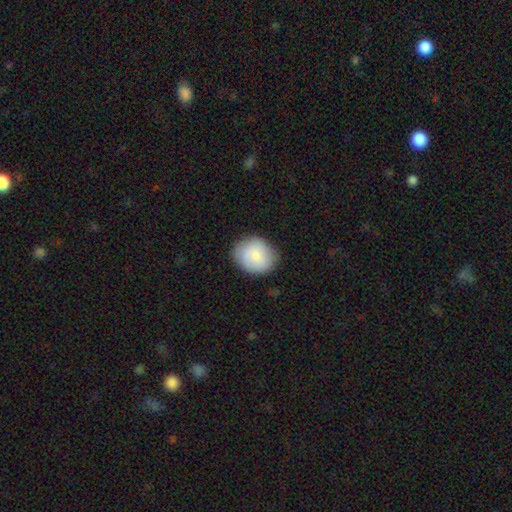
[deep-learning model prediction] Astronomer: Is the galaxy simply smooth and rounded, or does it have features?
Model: smooth — 80%.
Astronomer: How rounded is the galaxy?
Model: round — 63%.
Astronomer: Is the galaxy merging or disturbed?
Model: none — 81%.